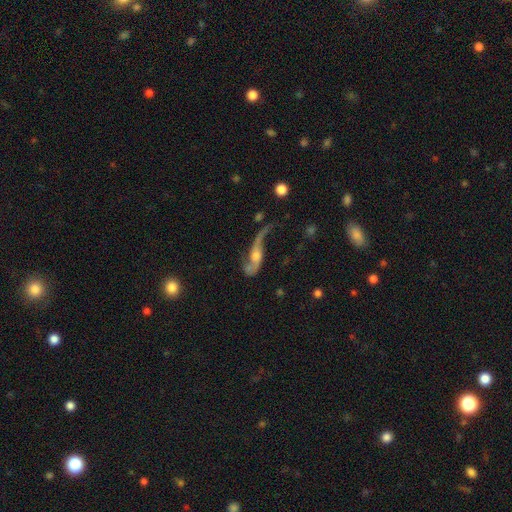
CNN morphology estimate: This appears to be a featured or disk galaxy (77%) with no bar (63%), 2 (81%) loose (89%) spiral arms (86%) and a moderate central bulge (50%). Merging: none (37%).